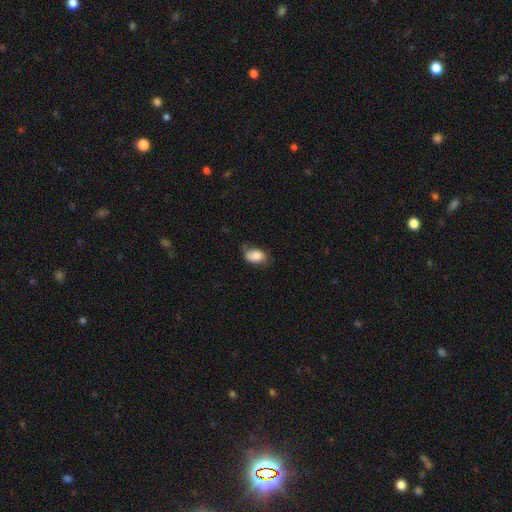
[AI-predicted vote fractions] A smooth galaxy with no disk features (80%) that is in between round and cigar-shaped (83%).

Vote fractions:
- Smooth or featured? smooth: 80% / featured or disk: 13% / star or artifact: 8%
- How rounded? in between: 83% / round: 15% / cigar-shaped: 2%
- Merging? none: 48% / minor disturbance: 37% / major disturbance: 12% / merger: 3%